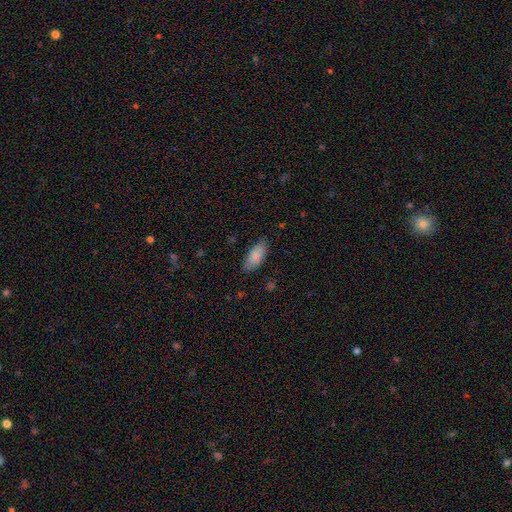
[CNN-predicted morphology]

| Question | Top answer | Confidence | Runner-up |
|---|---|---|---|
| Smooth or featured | smooth | 84% | featured or disk (9%) |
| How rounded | in between | 87% | cigar-shaped (11%) |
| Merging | none | 81% | minor disturbance (15%) |